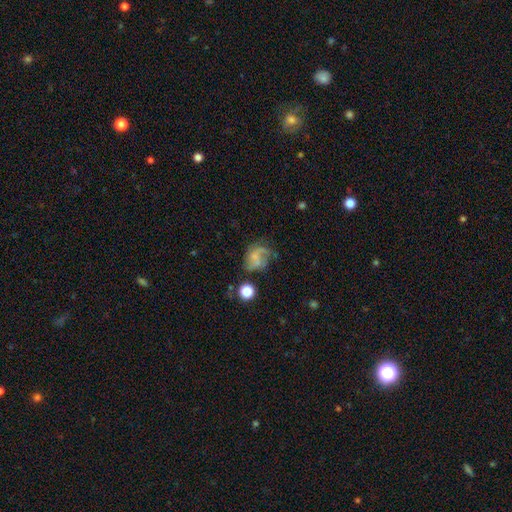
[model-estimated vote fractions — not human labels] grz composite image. It shows a featured or disk galaxy (53%) with no bar (65%), spiral arms (73%) and no central bulge (58%). Merging: none (39%).